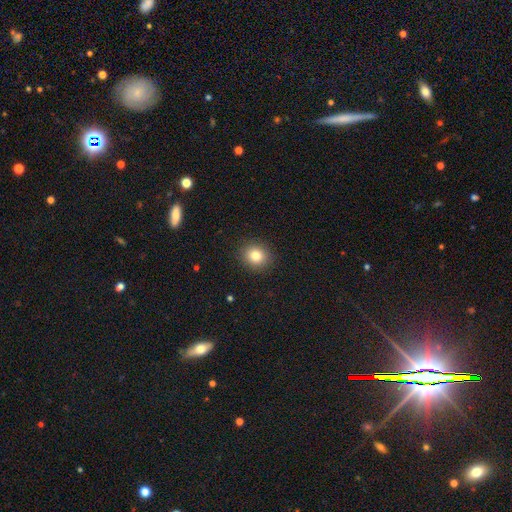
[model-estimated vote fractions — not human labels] The model was most divided on "how rounded": round: 82%, in between: 17%, cigar-shaped: 1%. More confident: merging — none (91%); smooth or featured — smooth (81%).